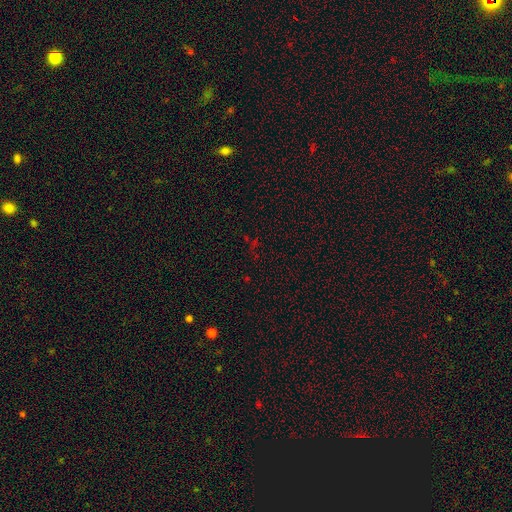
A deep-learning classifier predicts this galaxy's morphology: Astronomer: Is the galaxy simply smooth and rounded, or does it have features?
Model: star or artifact — 66%.